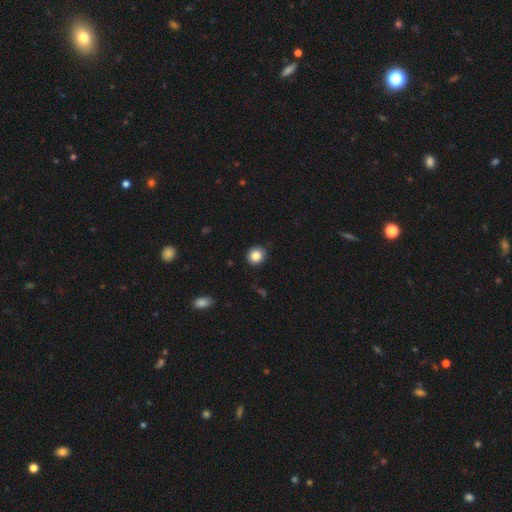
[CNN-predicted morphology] This is clearly a smooth galaxy (85%). How rounded: clearly round (85%). Merging: clearly none (89%).